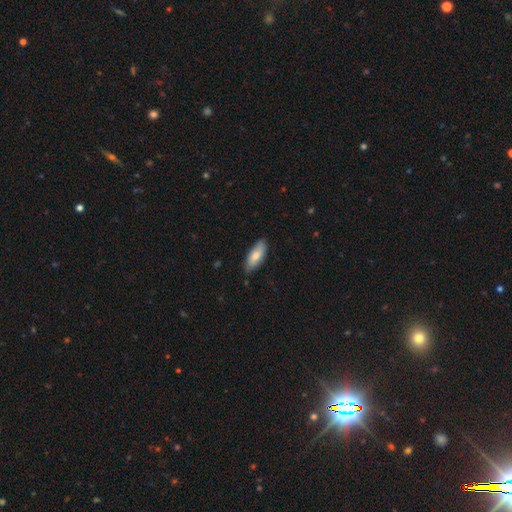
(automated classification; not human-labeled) smooth_or_featured: smooth (p=0.76) [alt: featured or disk p=0.18]
how_rounded: in between (p=0.77) [alt: cigar-shaped p=0.21]
merging: none (p=0.83) [alt: minor disturbance p=0.14]